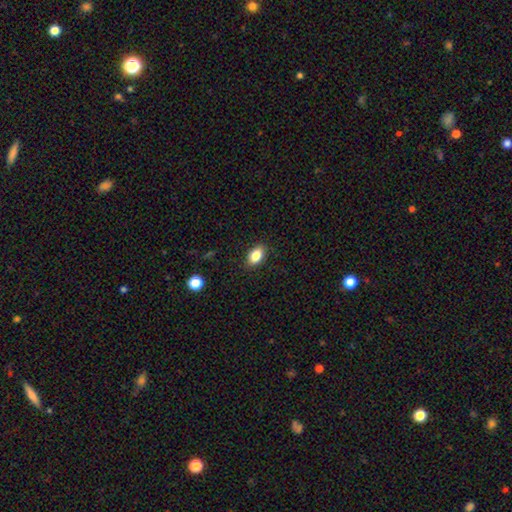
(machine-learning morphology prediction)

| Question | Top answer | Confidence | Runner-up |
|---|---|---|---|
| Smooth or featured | smooth | 84% | star or artifact (9%) |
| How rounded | in between | 87% | round (10%) |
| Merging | none | 88% | minor disturbance (9%) |